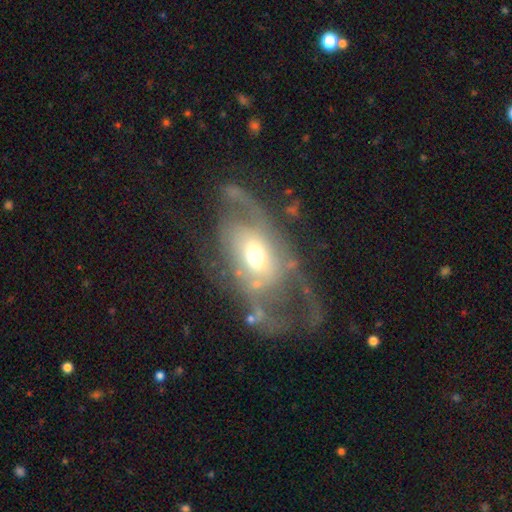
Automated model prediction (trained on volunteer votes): smooth_or_featured: featured or disk (p=0.67) [alt: smooth p=0.25]
disk_edge_on: no (p=0.92) [alt: yes p=0.08]
bar: no (p=0.71) [alt: weak p=0.21]
has_spiral_arms: yes (p=0.58) [alt: no p=0.42]
bulge_size: moderate (p=0.64) [alt: large p=0.18]
merging: major disturbance (p=0.45) [alt: none p=0.33]